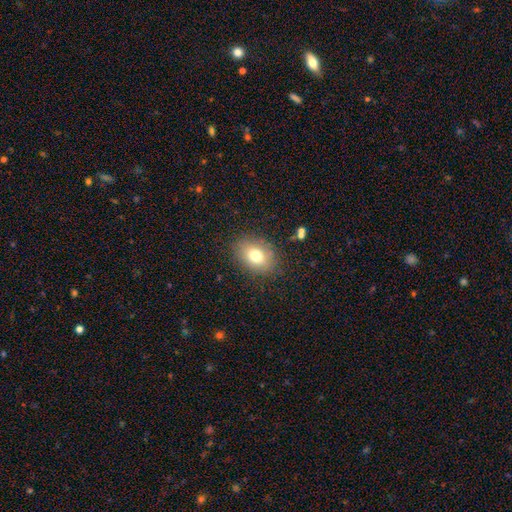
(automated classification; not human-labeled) Smooth or featured? smooth (76%)
How rounded? in between (74%)
Merging? none (84%)